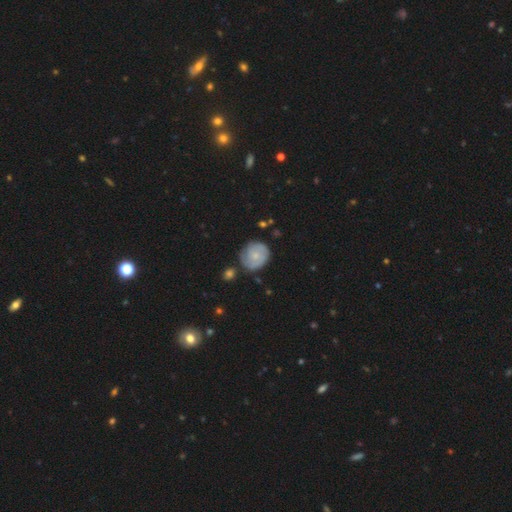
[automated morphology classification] This is possibly a featured or disk galaxy (54%). It is clearly not viewed edge-on (98%). Bar: likely no (80%). Spiral arm pattern: clearly yes (85%). Central bulge: likely small (66%). Merging: likely none (70%).